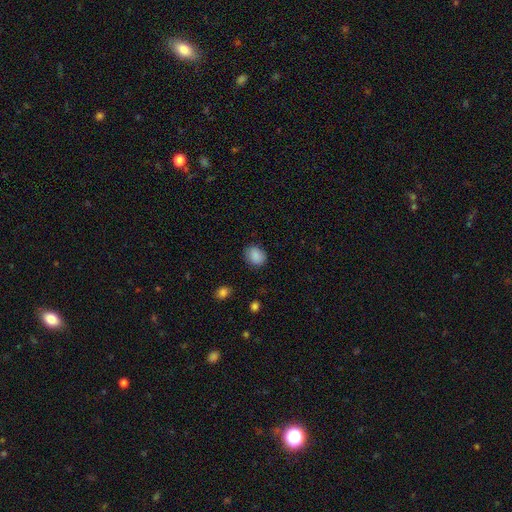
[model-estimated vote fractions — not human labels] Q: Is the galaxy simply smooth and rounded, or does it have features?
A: smooth — 88%.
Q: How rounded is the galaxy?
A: in between — 51%.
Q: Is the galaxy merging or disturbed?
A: none — 85%.